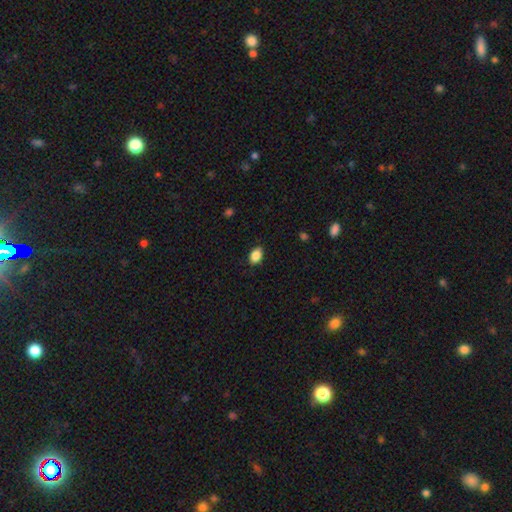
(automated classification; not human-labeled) Morphology: type=smooth (87%); roundness=in between (85%); merging=none (85%).